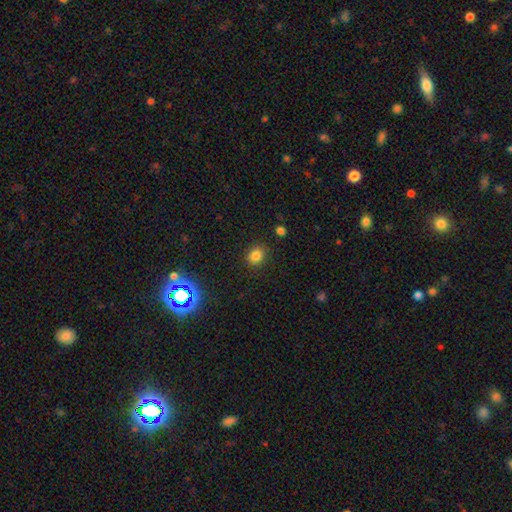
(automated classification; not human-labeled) This appears to be a smooth galaxy with no disk features (81%) that is round (69%). Merging: none (87%).